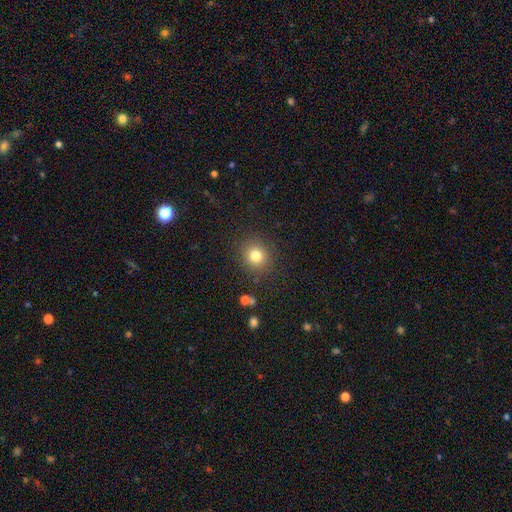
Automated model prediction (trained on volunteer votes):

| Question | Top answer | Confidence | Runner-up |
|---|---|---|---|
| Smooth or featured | smooth | 79% | star or artifact (13%) |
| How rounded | round | 88% | in between (11%) |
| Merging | none | 88% | minor disturbance (7%) |